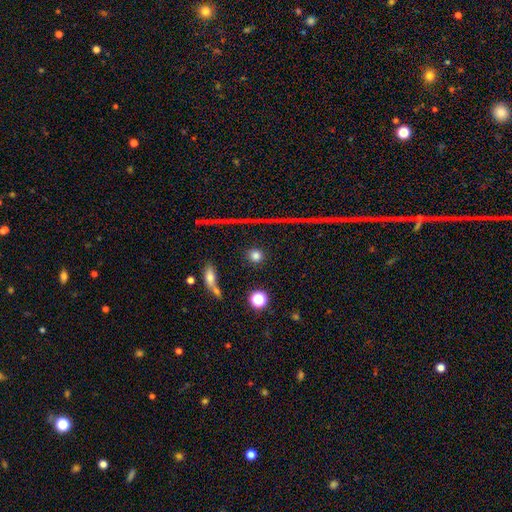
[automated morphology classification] The model was most divided on "smooth or featured": smooth: 78%, star or artifact: 15%, featured or disk: 7%. More confident: how rounded — round (92%); merging — none (88%).